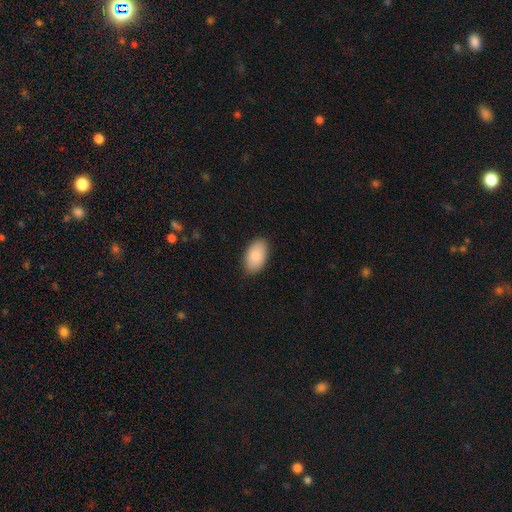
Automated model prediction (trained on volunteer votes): Morphology: type=smooth (89%); roundness=in between (95%); merging=none (88%).